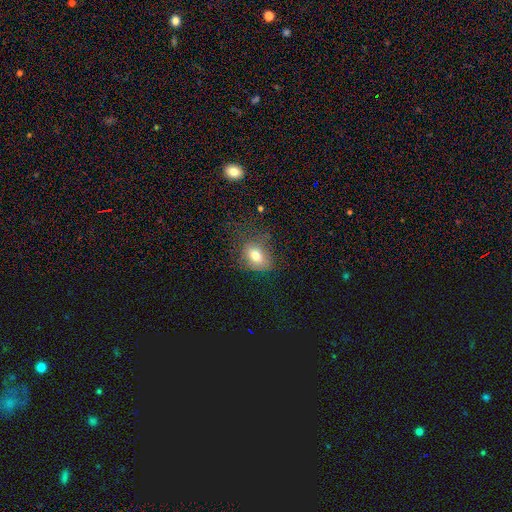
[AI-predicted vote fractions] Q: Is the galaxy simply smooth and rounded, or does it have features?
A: smooth — 74%.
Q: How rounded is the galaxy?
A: in between — 68%.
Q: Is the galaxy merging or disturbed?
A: none — 56%.